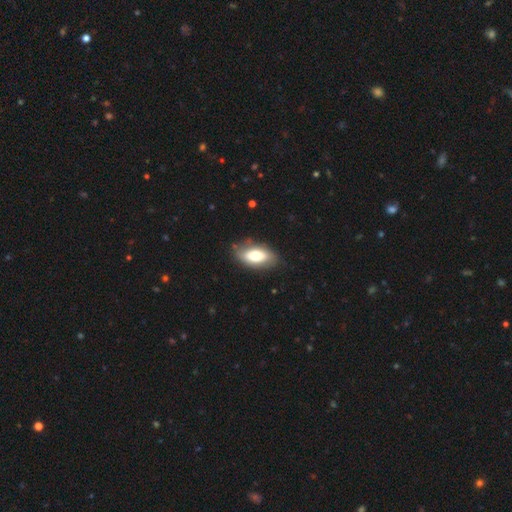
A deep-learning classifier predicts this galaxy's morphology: This appears to be a smooth galaxy with no disk features (73%) that is in between round and cigar-shaped (90%). Merging: none (81%).